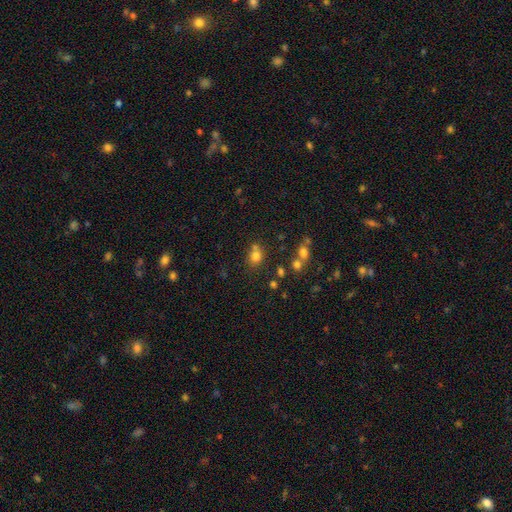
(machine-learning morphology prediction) The model was most divided on "how rounded": round: 64%, in between: 35%, cigar-shaped: 1%. More confident: smooth or featured — smooth (77%); merging — none (56%).